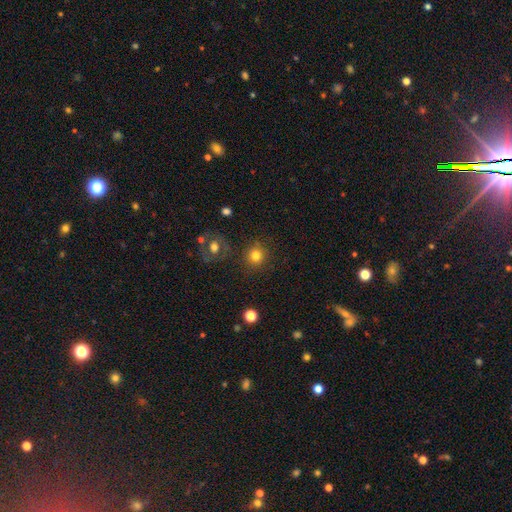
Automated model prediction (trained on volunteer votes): Smooth or featured? smooth (79%)
How rounded? round (92%)
Merging? none (85%)